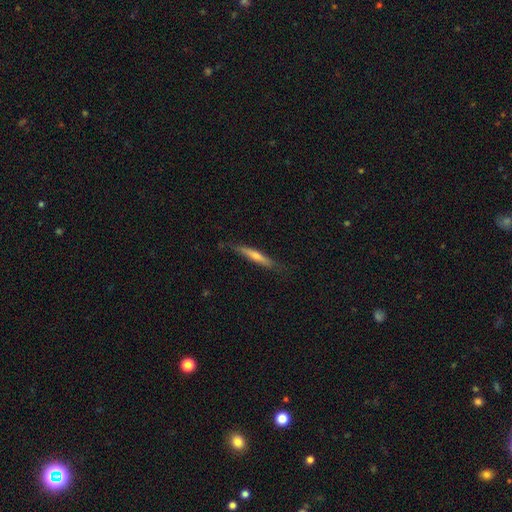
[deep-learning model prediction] smooth-or-featured: smooth: 47% (tied) | featured or disk: 47% (tied) | star or artifact: 6%
  merging: none: 78% | minor disturbance: 17% | major disturbance: 3% | merger: 1%